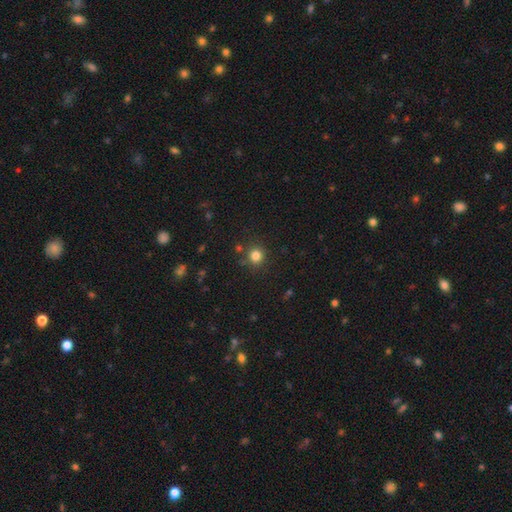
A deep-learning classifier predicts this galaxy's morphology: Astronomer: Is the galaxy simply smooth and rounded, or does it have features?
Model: smooth — 81%.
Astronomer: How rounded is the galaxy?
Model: round — 92%.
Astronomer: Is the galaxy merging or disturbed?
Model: none — 85%.